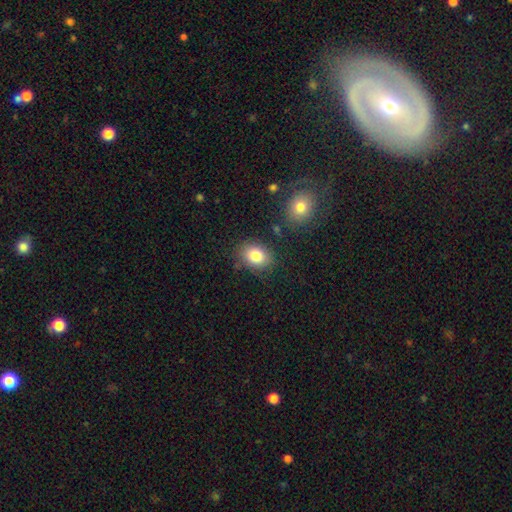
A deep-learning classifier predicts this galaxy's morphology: The model was most divided on "how rounded": in between: 64%, round: 35%, cigar-shaped: 1%. More confident: smooth or featured — smooth (82%); merging — none (81%).